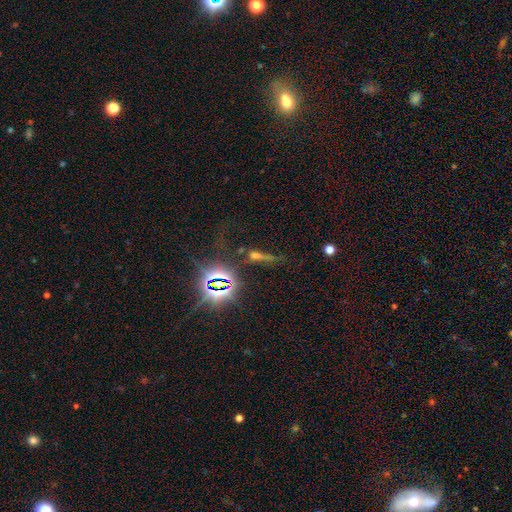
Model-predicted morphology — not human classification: Smooth or featured?
  - star or artifact: 48% *
  - featured or disk: 26%
  - smooth: 25%